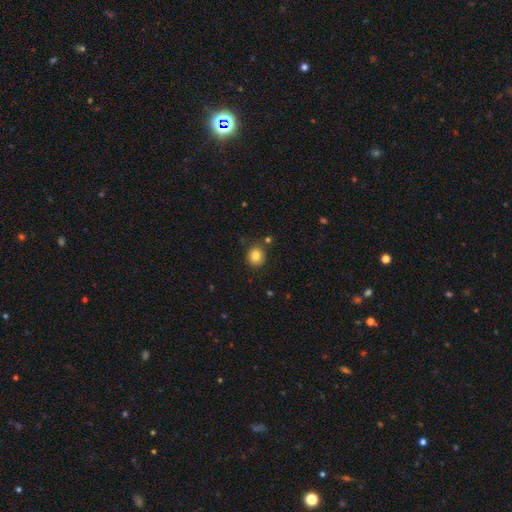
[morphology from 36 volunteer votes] Overall: smooth (83%). How rounded: round (87%). Merging: none (80%).